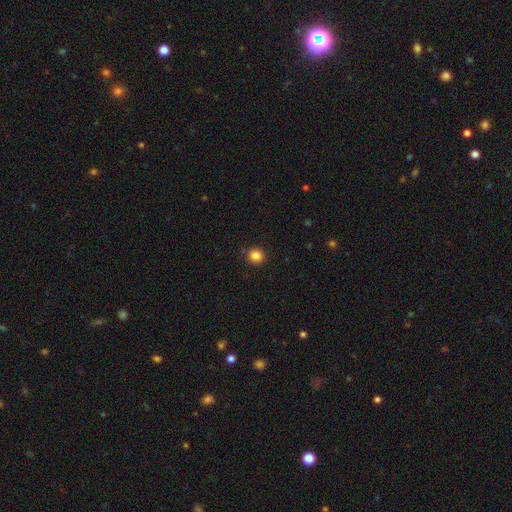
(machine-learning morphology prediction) smooth_or_featured: smooth (p=0.85) [alt: star or artifact p=0.12]
how_rounded: round (p=0.92) [alt: in between p=0.07]
merging: none (p=0.90) [alt: minor disturbance p=0.07]